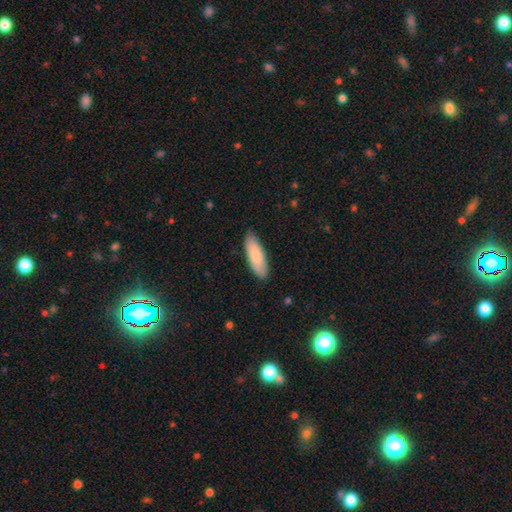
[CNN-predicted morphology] Smooth or featured? Predicted: smooth (p=0.83). How rounded? Predicted: in between (p=0.62). Merging? Predicted: none (p=0.85).